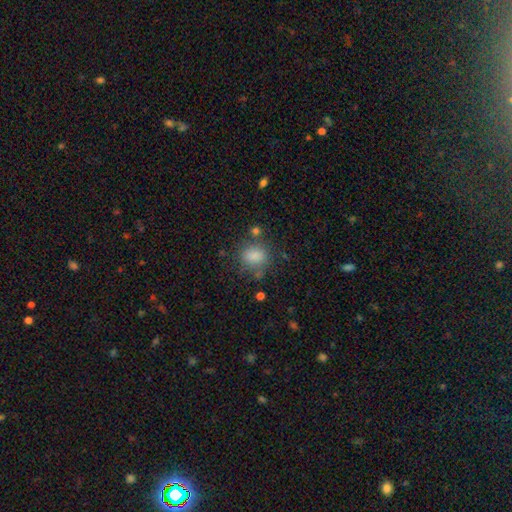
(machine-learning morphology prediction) Smooth or featured?
  - smooth: 82% *
  - star or artifact: 12%
  - featured or disk: 7%
How rounded?
  - round: 52% *
  - in between: 47%
  - cigar-shaped: 1%
Merging?
  - none: 73% *
  - minor disturbance: 15%
  - merger: 6%
  - major disturbance: 6%